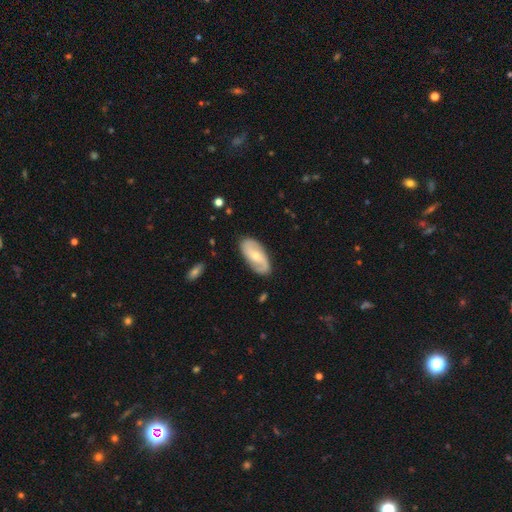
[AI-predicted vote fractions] A featured or disk galaxy (70%) with no bar (51%), 2 (86%) loose (45%) spiral arms (90%) and a small central bulge (55%).

Vote fractions:
- Smooth or featured? featured or disk: 70% / smooth: 25% / star or artifact: 5%
- Edge-on disk? no: 94% / yes: 6%
- Bar? no: 51% / weak: 36% / strong: 13%
- Spiral arms? yes: 90% / no: 10%
- Spiral winding? loose: 45% / medium: 36% / tight: 19%
- Spiral arm count? 2: 86% / can't tell: 8% / 1: 4% / 3: 1% / 4: 1% / more than 4: 1%
- Bulge size? small: 55% / moderate: 41% / large: 2% / none: 1% / dominant: 1%
- Merging? none: 82% / minor disturbance: 13% / major disturbance: 3% / merger: 1%